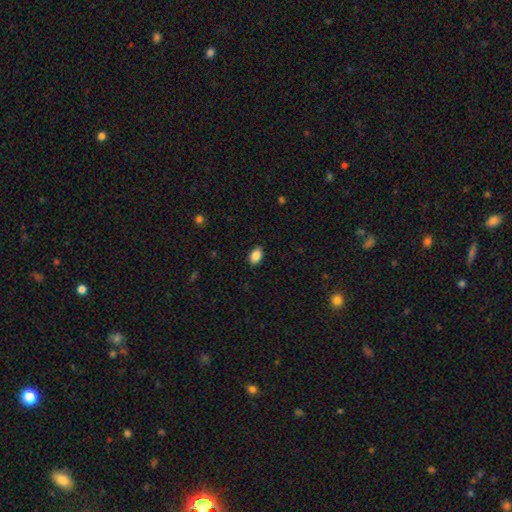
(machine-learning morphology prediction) A smooth galaxy with no disk features (87%) that is in between round and cigar-shaped (89%).

Vote fractions:
- Smooth or featured? smooth: 87% / star or artifact: 8% / featured or disk: 5%
- How rounded? in between: 89% / round: 9% / cigar-shaped: 1%
- Merging? none: 89% / minor disturbance: 8% / major disturbance: 2% / merger: 1%